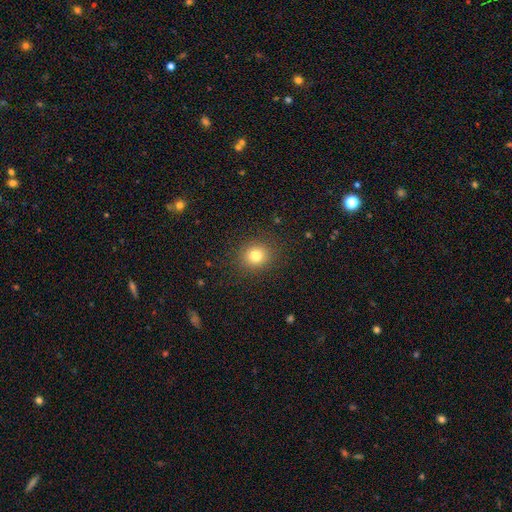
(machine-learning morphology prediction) Smooth or featured?
  - smooth: 80% *
  - star or artifact: 13%
  - featured or disk: 7%
How rounded?
  - round: 80% *
  - in between: 19%
  - cigar-shaped: 1%
Merging?
  - none: 89% *
  - minor disturbance: 7%
  - major disturbance: 3%
  - merger: 1%